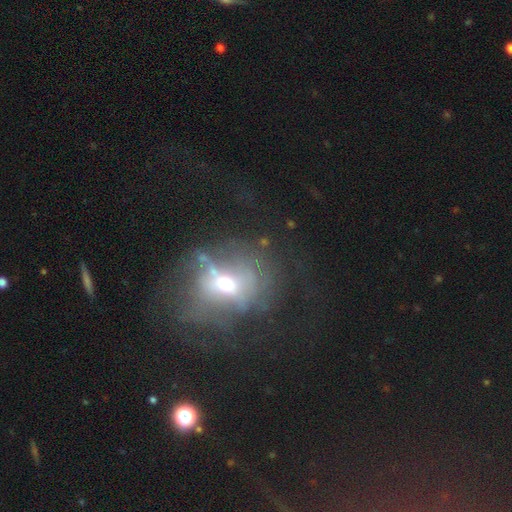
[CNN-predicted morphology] A featured or disk galaxy (45%).

Vote fractions:
- Smooth or featured? featured or disk: 45% / smooth: 28% / star or artifact: 27%
- Merging? none: 44% / major disturbance: 32% / minor disturbance: 17% / merger: 6%